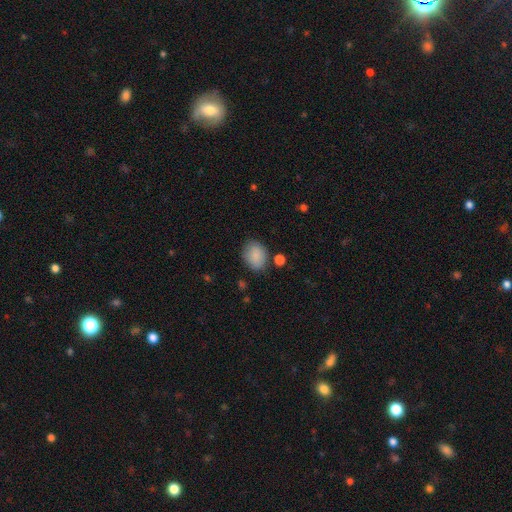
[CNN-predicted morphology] A smooth galaxy with no disk features (87%) that is in between round and cigar-shaped (60%). Merging: none (78%).